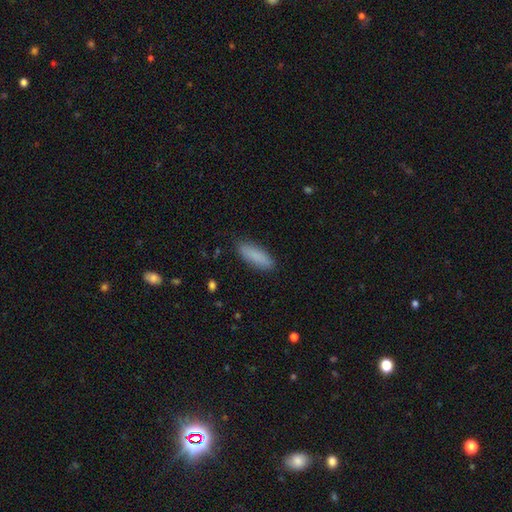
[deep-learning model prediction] Smooth or featured?
  - smooth: 87% *
  - featured or disk: 7%
  - star or artifact: 6%
How rounded?
  - in between: 52% *
  - cigar-shaped: 47%
  - round: 2%
Merging?
  - none: 87% *
  - minor disturbance: 10%
  - major disturbance: 2%
  - merger: 1%